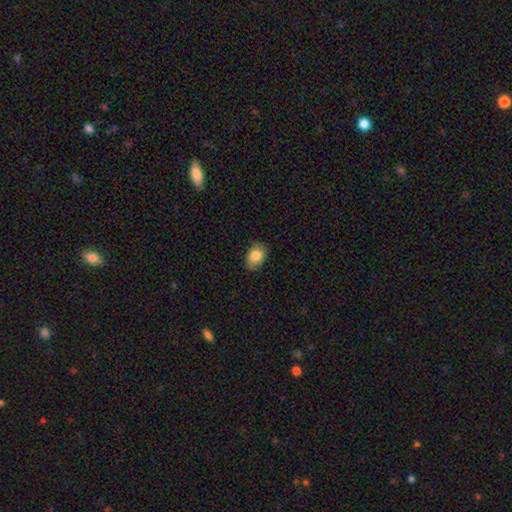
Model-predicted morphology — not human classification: A smooth galaxy with no disk features (85%) that is in between round and cigar-shaped (80%). Merging: none (83%).